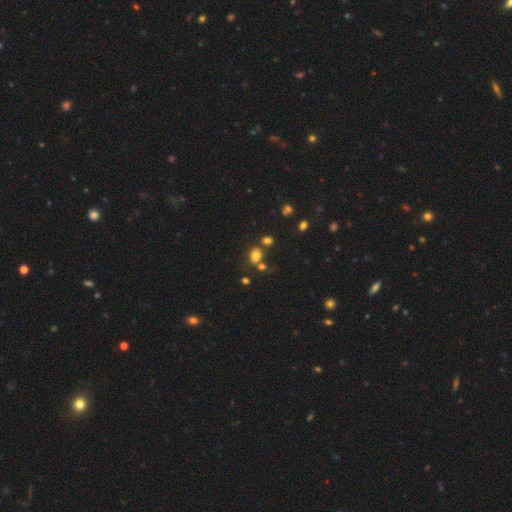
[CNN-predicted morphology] Smooth or featured: smooth — 74% (star or artifact — 17%)
How rounded: in between — 52% (round — 46%)
Merging: none — 60% (merger — 22%)